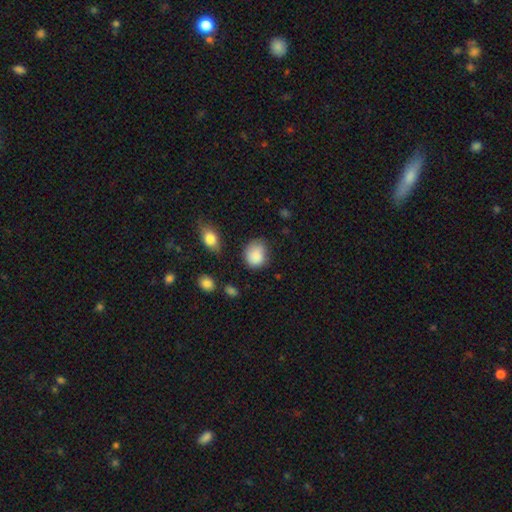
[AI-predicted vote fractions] This is clearly a smooth galaxy (86%). How rounded: likely round (62%). Merging: possibly none (60%).